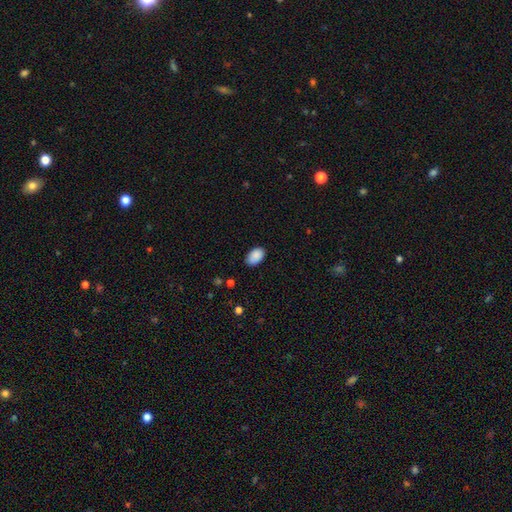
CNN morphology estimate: Smooth or featured?
  - smooth: 89% *
  - star or artifact: 7%
  - featured or disk: 4%
How rounded?
  - in between: 91% *
  - round: 8%
  - cigar-shaped: 1%
Merging?
  - none: 82% *
  - minor disturbance: 14%
  - major disturbance: 3%
  - merger: 1%